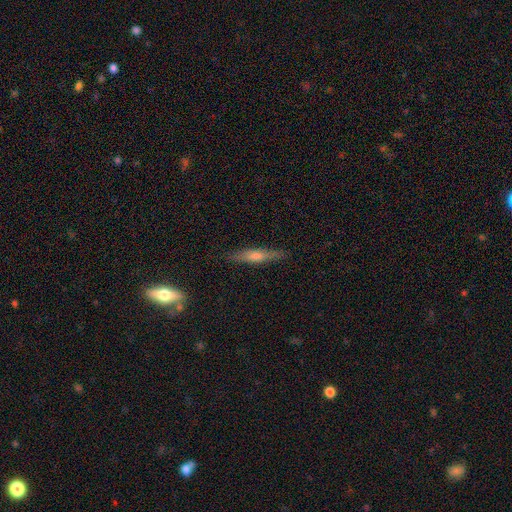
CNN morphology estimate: featured or disk 55%, smooth 38%, star or artifact 7%. Down the decision tree: edge-on disk — yes (94%); edge-on bulge — rounded (79%); merging — none (88%).